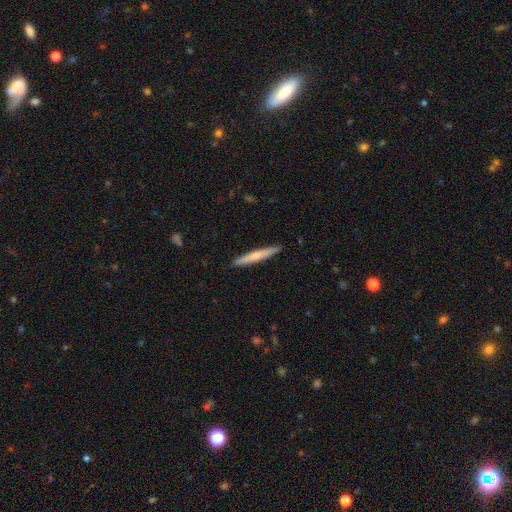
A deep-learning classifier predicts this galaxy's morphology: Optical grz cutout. It shows a smooth galaxy with no disk features (56%) that is cigar-shaped (95%). Merging: none (91%).